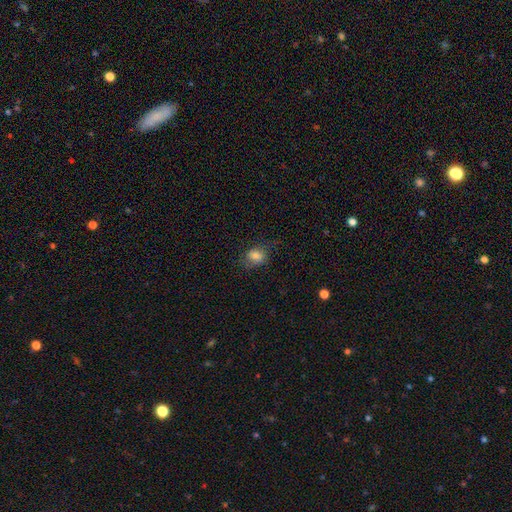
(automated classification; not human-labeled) Smooth or featured: smooth — 77% (featured or disk — 13%)
How rounded: in between — 49% (tied with round — 49%)
Merging: none — 68% (minor disturbance — 21%)